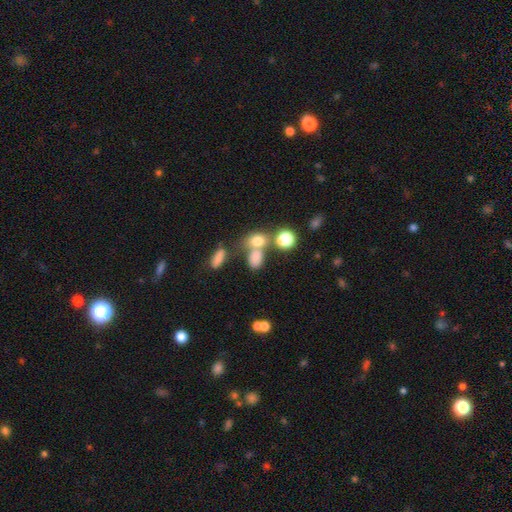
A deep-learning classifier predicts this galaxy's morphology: A smooth galaxy with no disk features (67%) that is in between round and cigar-shaped (52%).

Vote fractions:
- Smooth or featured? smooth: 67% / star or artifact: 20% / featured or disk: 13%
- How rounded? in between: 52% / round: 45% / cigar-shaped: 3%
- Merging? none: 43% / merger: 39% / minor disturbance: 11% / major disturbance: 7%